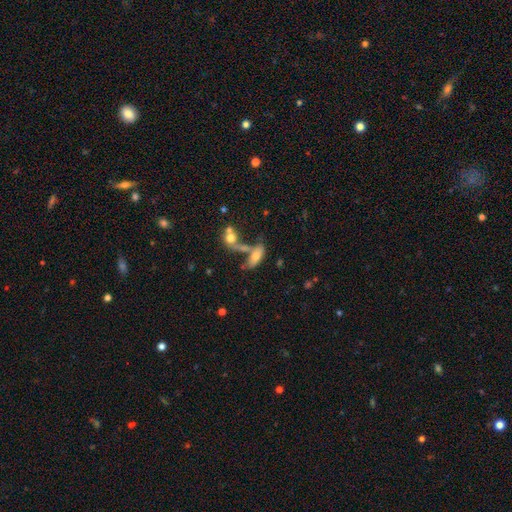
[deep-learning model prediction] Overall: smooth (66%). How rounded: in between (75%). Merging: merger (41%; none 33%).